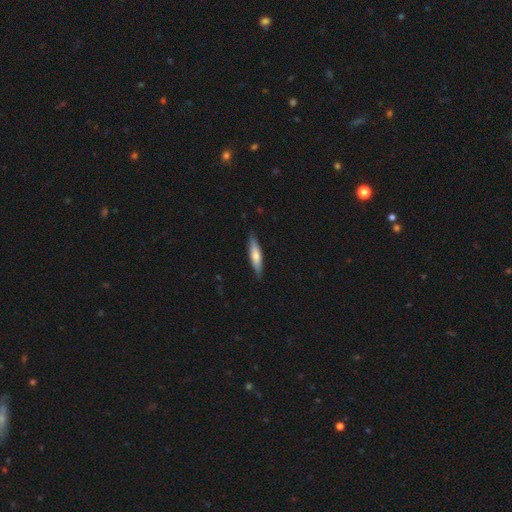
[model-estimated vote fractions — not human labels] Smooth or featured? Predicted: smooth (p=0.62). How rounded? Predicted: cigar-shaped (p=0.77). Merging? Predicted: none (p=0.86).